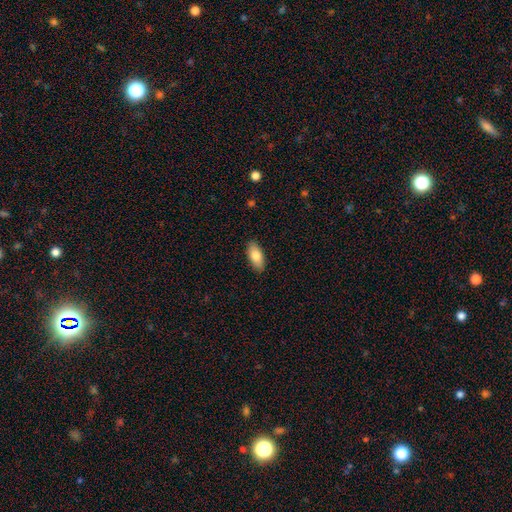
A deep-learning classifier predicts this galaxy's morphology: The model was most divided on "smooth or featured": smooth: 82%, featured or disk: 12%, star or artifact: 6%. More confident: merging — none (89%); how rounded — in between (87%).